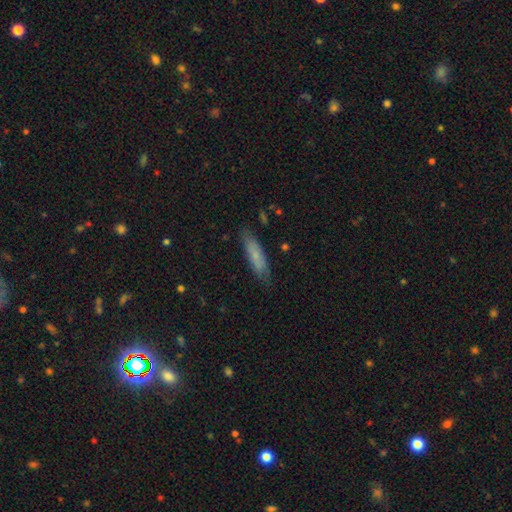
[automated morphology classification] Smooth or featured? Predicted: smooth (p=0.72). How rounded? Predicted: cigar-shaped (p=0.71). Merging? Predicted: none (p=0.77).